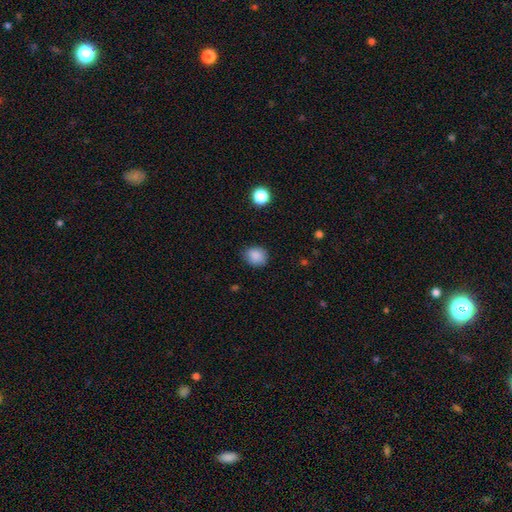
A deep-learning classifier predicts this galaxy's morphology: Smooth or featured?
  - smooth: 86% *
  - star or artifact: 9%
  - featured or disk: 4%
How rounded?
  - round: 66% *
  - in between: 33%
  - cigar-shaped: 1%
Merging?
  - none: 80% *
  - minor disturbance: 15%
  - major disturbance: 3%
  - merger: 1%